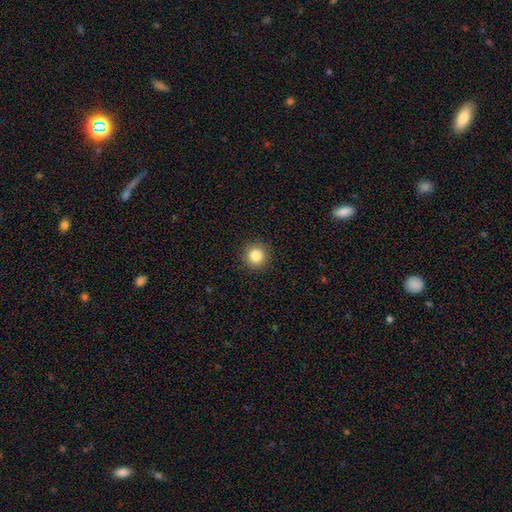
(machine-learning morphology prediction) Smooth or featured?
  - smooth: 84% *
  - star or artifact: 11%
  - featured or disk: 5%
How rounded?
  - round: 95% *
  - in between: 4%
  - cigar-shaped: 1%
Merging?
  - none: 92% *
  - minor disturbance: 5%
  - major disturbance: 2%
  - merger: 1%